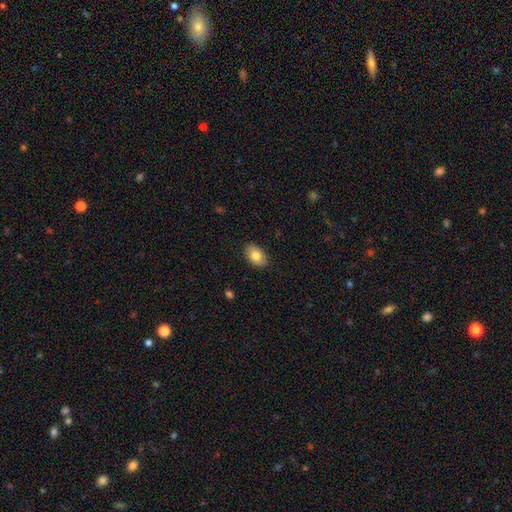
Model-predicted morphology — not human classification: smooth 81%, featured or disk 13%, star or artifact 7%. Down the decision tree: how rounded — in between (89%); merging — none (87%).